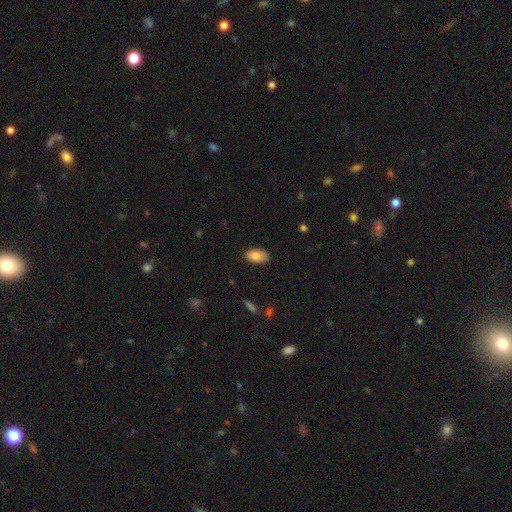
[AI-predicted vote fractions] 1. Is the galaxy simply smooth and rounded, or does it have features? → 81% smooth, 12% featured or disk, 7% star or artifact.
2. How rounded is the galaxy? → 94% in between, 4% round, 2% cigar-shaped.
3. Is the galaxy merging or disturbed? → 83% none, 14% minor disturbance, 2% major disturbance, 1% merger.